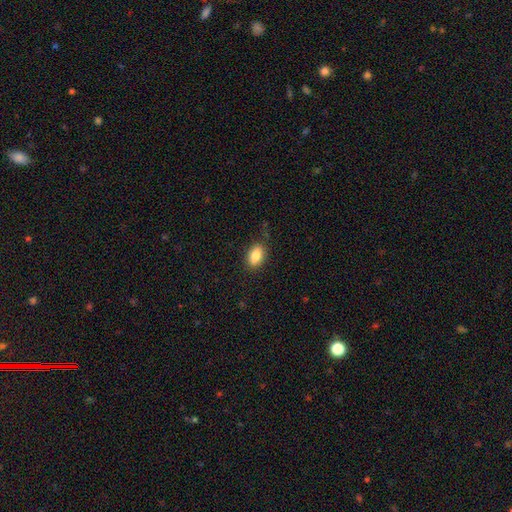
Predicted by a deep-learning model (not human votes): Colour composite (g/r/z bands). It shows a smooth galaxy with no disk features (85%) that is in between round and cigar-shaped (88%). Merging: none (82%).